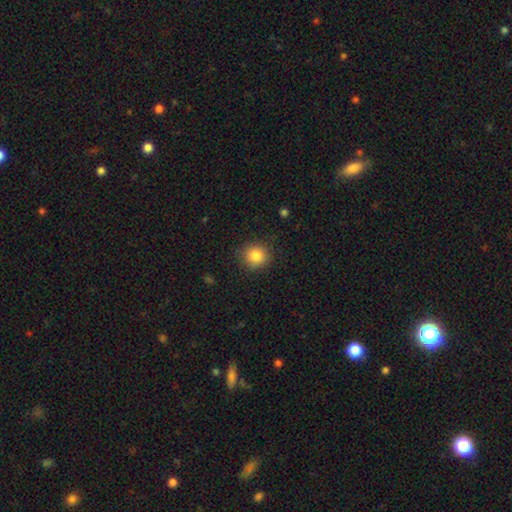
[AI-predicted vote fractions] This is clearly a smooth galaxy (84%). How rounded: clearly round (90%). Merging: clearly none (87%).